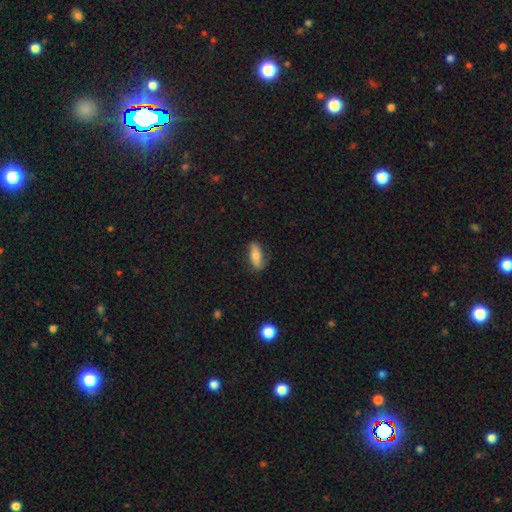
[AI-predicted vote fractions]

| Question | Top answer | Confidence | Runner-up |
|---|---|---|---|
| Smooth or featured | smooth | 69% | featured or disk (24%) |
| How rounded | in between | 77% | cigar-shaped (19%) |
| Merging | none | 74% | minor disturbance (20%) |